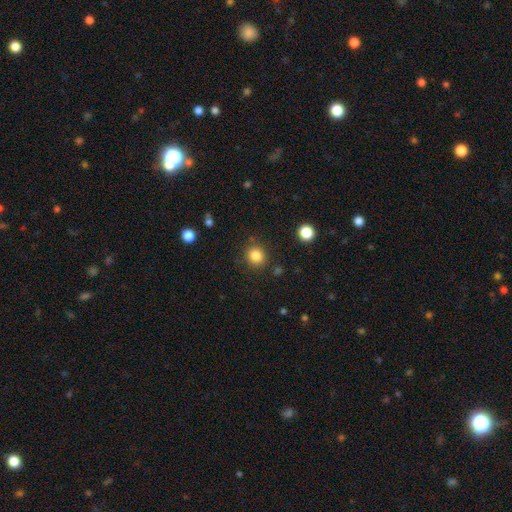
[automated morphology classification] This appears to be a smooth galaxy with no disk features (84%) that is round (87%). Merging: none (87%).